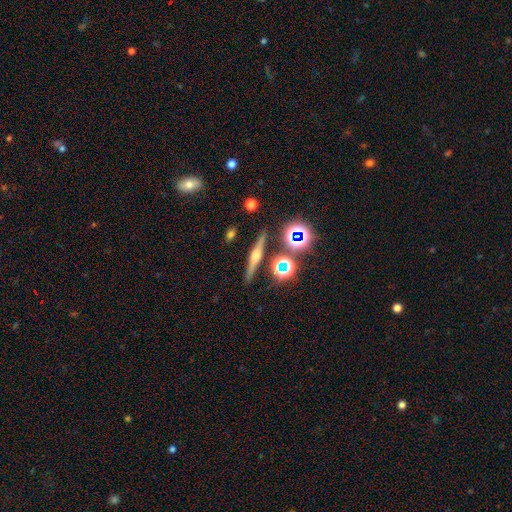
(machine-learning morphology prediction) Overall: featured or disk (64%). Edge-on disk: yes (95%). Edge-on bulge: rounded (91%). Merging: none (87%).